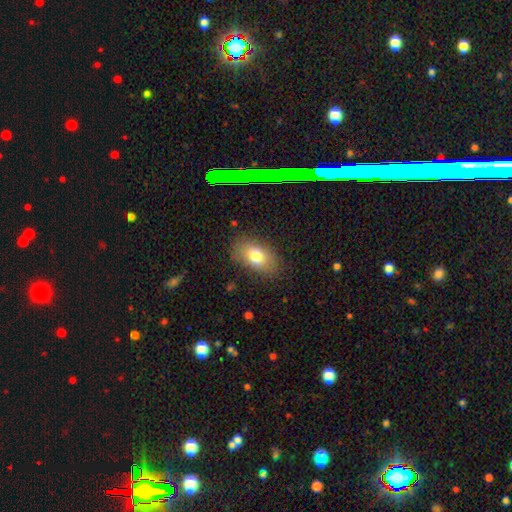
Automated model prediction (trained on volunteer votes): Smooth or featured?
  - smooth: 77% *
  - featured or disk: 13%
  - star or artifact: 10%
How rounded?
  - in between: 88% *
  - round: 10%
  - cigar-shaped: 2%
Merging?
  - none: 80% *
  - minor disturbance: 14%
  - major disturbance: 4%
  - merger: 1%